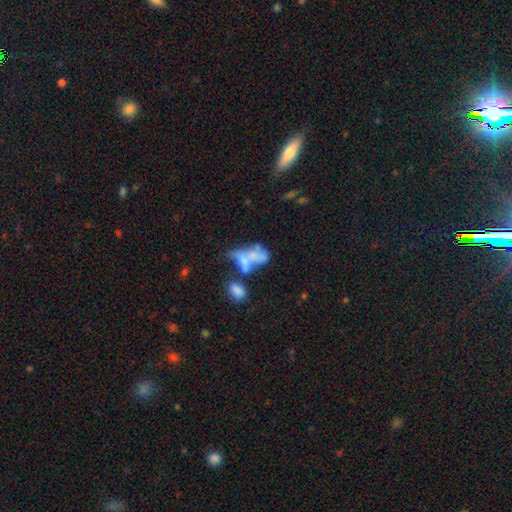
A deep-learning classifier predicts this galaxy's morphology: Smooth or featured? Predicted: smooth (p=0.47). Merging? Predicted: merger (p=0.51).